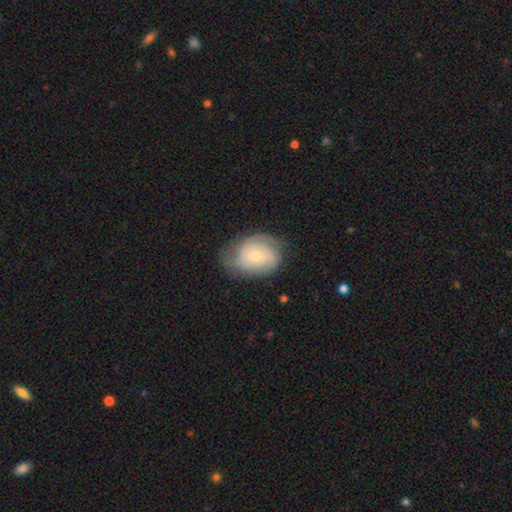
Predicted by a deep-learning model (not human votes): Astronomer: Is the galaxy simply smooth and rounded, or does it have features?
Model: featured or disk — 58% (runner-up: smooth, 35%).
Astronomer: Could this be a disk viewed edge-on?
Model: no — 97%.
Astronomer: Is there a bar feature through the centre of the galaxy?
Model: no — 70%.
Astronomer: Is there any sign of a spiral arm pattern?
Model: yes — 85%.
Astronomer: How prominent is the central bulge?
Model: small — 68%.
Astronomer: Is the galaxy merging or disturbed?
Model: none — 59%.